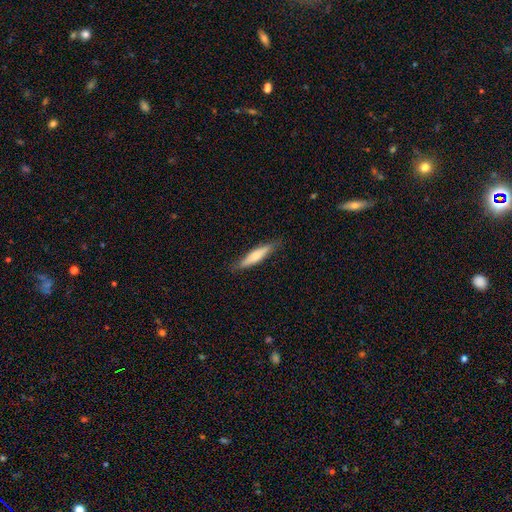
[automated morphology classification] smooth_or_featured: smooth (p=0.64) [alt: featured or disk p=0.31]
how_rounded: cigar-shaped (p=0.81) [alt: in between p=0.17]
merging: none (p=0.83) [alt: minor disturbance p=0.13]